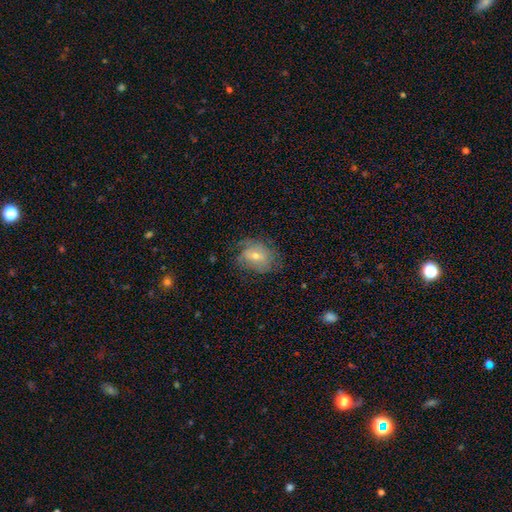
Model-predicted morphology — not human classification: Q: Smooth or featured?
A: smooth (46%); runner-up: featured or disk (45%)
Q: Merging?
A: none (56%); runner-up: minor disturbance (26%)